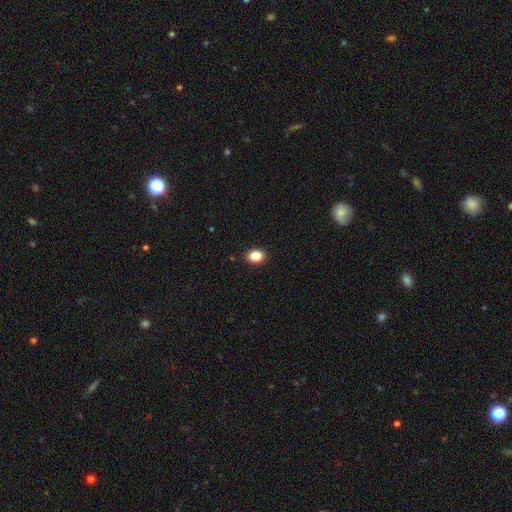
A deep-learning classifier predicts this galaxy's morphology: smooth_or_featured: smooth (p=0.86) [alt: star or artifact p=0.10]
how_rounded: in between (p=0.66) [alt: round p=0.33]
merging: none (p=0.89) [alt: minor disturbance p=0.08]